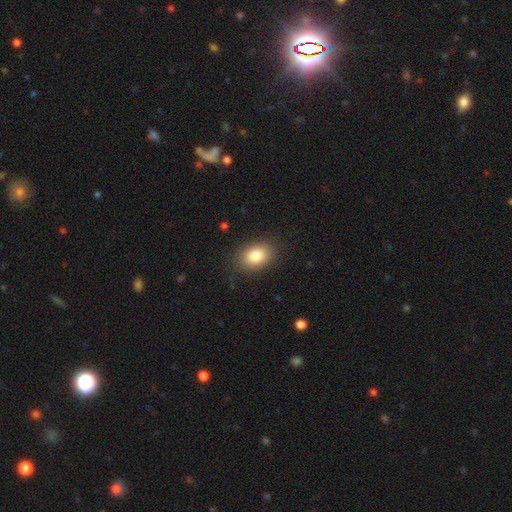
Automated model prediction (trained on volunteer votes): Overall: smooth (85%). How rounded: in between (79%). Merging: none (85%).